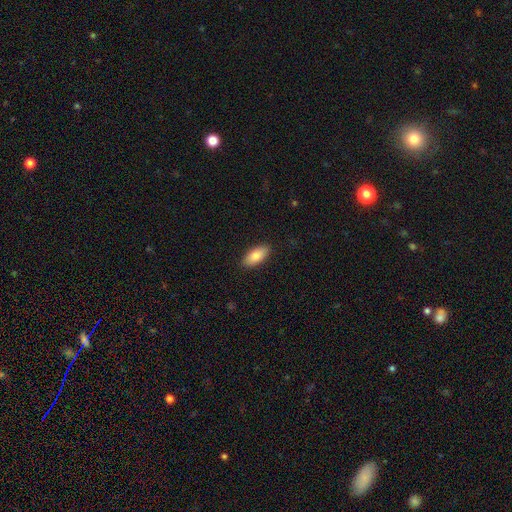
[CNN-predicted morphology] Smooth or featured? Predicted: smooth (p=0.84). How rounded? Predicted: in between (p=0.89). Merging? Predicted: none (p=0.89).